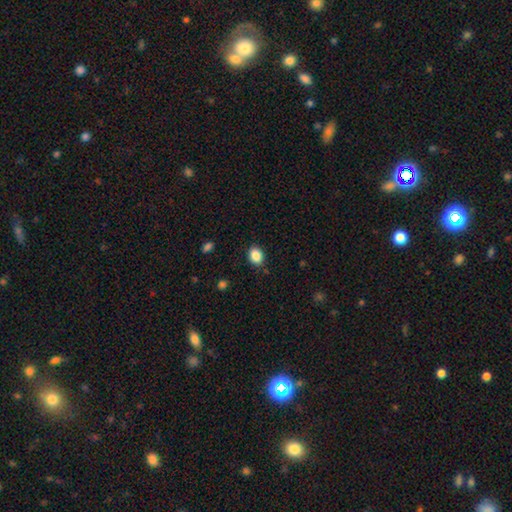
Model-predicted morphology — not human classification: A smooth galaxy with no disk features (87%) that is in between round and cigar-shaped (60%).

Vote fractions:
- Smooth or featured? smooth: 87% / star or artifact: 9% / featured or disk: 4%
- How rounded? in between: 60% / round: 40% / cigar-shaped: 1%
- Merging? none: 86% / minor disturbance: 10% / major disturbance: 2% / merger: 1%